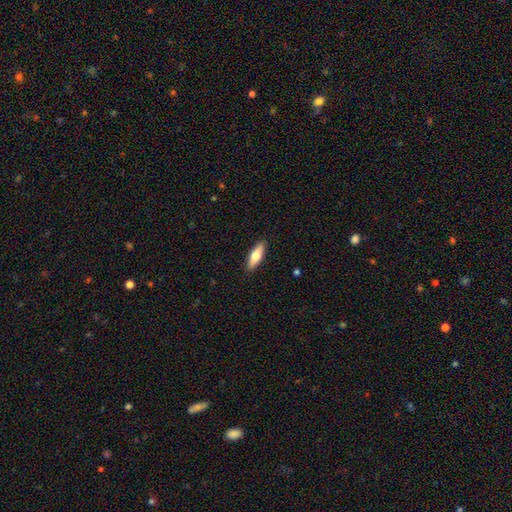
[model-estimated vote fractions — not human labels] The model was most divided on "how rounded": cigar-shaped: 54%, in between: 43%, round: 2%. More confident: merging — none (90%); smooth or featured — smooth (57%).